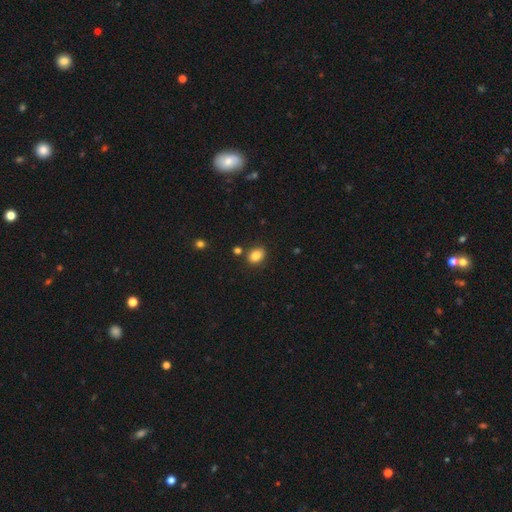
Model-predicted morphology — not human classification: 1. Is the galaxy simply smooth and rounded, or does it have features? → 84% smooth, 10% star or artifact, 6% featured or disk.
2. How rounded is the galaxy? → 64% in between, 35% round, 1% cigar-shaped.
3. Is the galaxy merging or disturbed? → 81% none, 11% minor disturbance, 6% merger, 3% major disturbance.